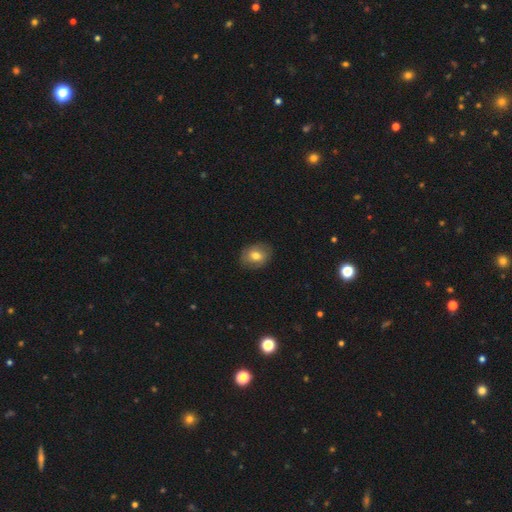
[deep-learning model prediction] Smooth or featured?
  - smooth: 68% *
  - featured or disk: 24%
  - star or artifact: 9%
How rounded?
  - in between: 55% *
  - round: 44%
  - cigar-shaped: 1%
Merging?
  - none: 83% *
  - minor disturbance: 13%
  - major disturbance: 3%
  - merger: 1%